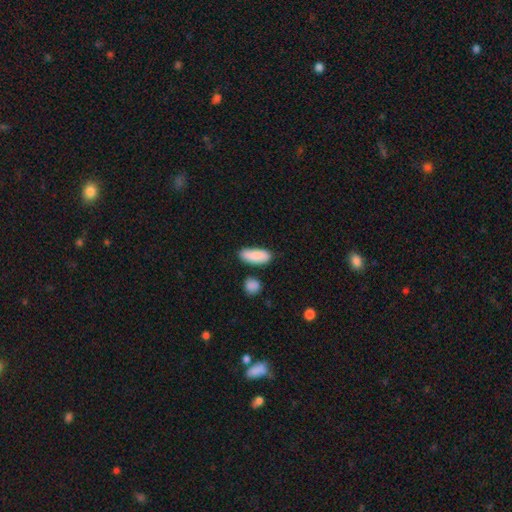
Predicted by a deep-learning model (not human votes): smooth-or-featured: smooth: 87% | featured or disk: 7% | star or artifact: 6%
  how-rounded: in between: 79% | cigar-shaped: 18% | round: 3%
  merging: none: 71% | minor disturbance: 18% | merger: 7% | major disturbance: 4%